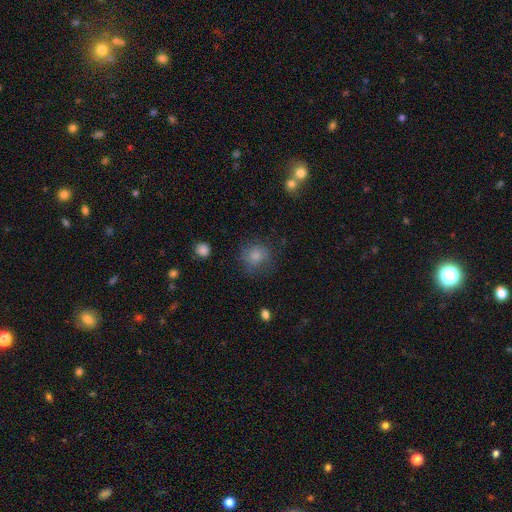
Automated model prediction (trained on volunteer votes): smooth_or_featured: smooth (p=0.76) [alt: featured or disk p=0.13]
how_rounded: round (p=0.83) [alt: in between p=0.16]
merging: none (p=0.66) [alt: minor disturbance p=0.20]